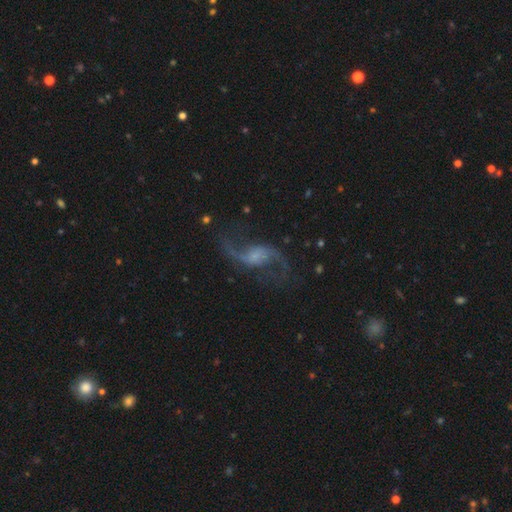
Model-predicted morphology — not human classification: Smooth or featured?
  - featured or disk: 88% *
  - star or artifact: 7%
  - smooth: 5%
Edge-on disk?
  - no: 96% *
  - yes: 4%
Bar?
  - weak: 44% *
  - no: 42%
  - strong: 13%
Spiral arms?
  - yes: 96% *
  - no: 4%
Spiral winding?
  - loose: 83% *
  - medium: 14%
  - tight: 3%
Spiral arm count?
  - 2: 93% *
  - 1: 2%
  - can't tell: 2%
  - 3: 1%
  - 4: 1%
  - more than 4: 1%
Bulge size?
  - small: 41% *
  - none: 30%
  - moderate: 21%
  - large: 6%
  - dominant: 2%
Merging?
  - none: 76% *
  - minor disturbance: 13%
  - major disturbance: 10%
  - merger: 2%